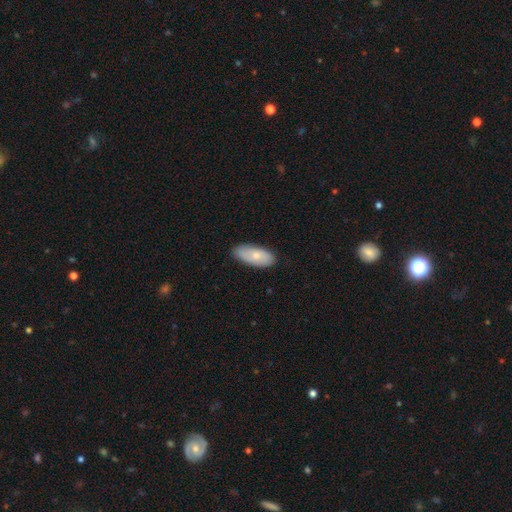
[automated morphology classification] type=smooth (70%); roundness=in between (86%); merging=none (84%).